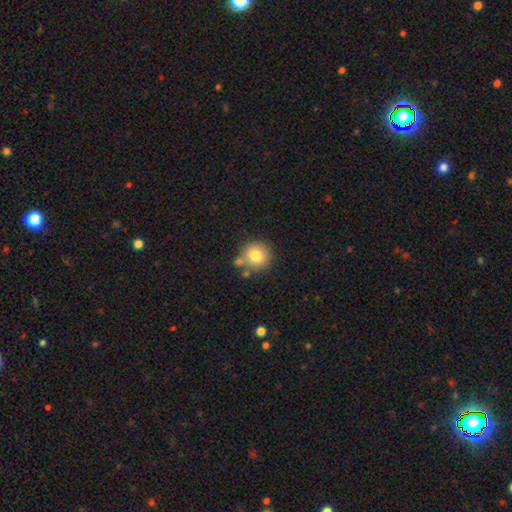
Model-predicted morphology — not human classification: This appears to be a smooth galaxy with no disk features (78%) that is round (92%). Merging: none (71%).